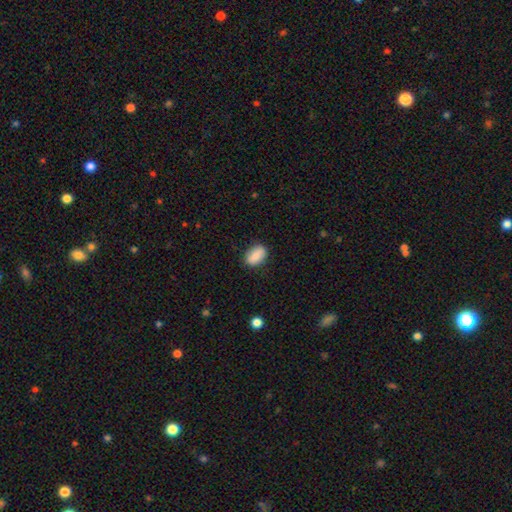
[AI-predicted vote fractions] Smooth or featured? Predicted: smooth (p=0.85). How rounded? Predicted: in between (p=0.85). Merging? Predicted: none (p=0.84).